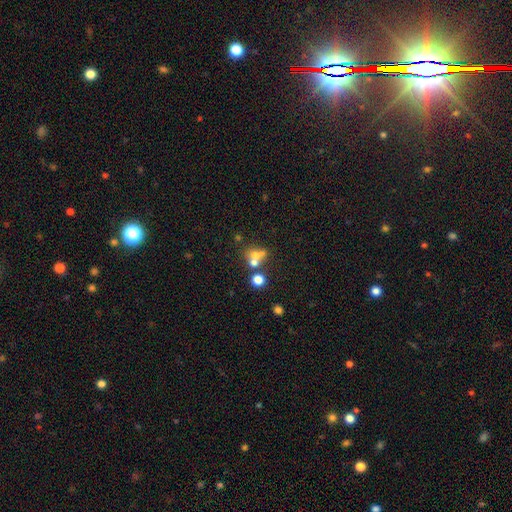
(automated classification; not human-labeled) Overall: smooth (59%; featured or disk 22%). How rounded: round (76%). Merging: merger (49%; none 38%).